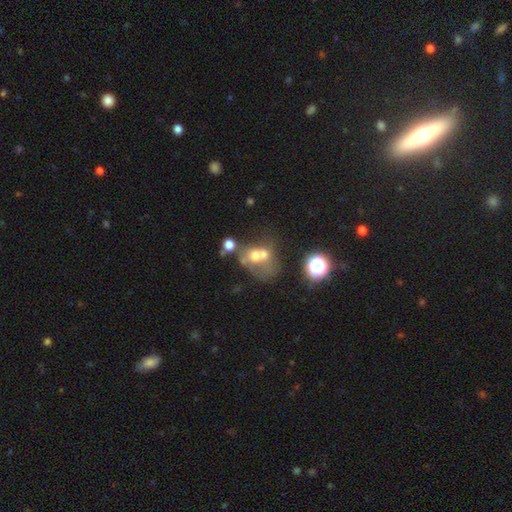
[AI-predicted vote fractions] smooth-or-featured: smooth: 49% | featured or disk: 33% | star or artifact: 18%
  merging: merger: 61% | none: 18% | major disturbance: 13% | minor disturbance: 8%